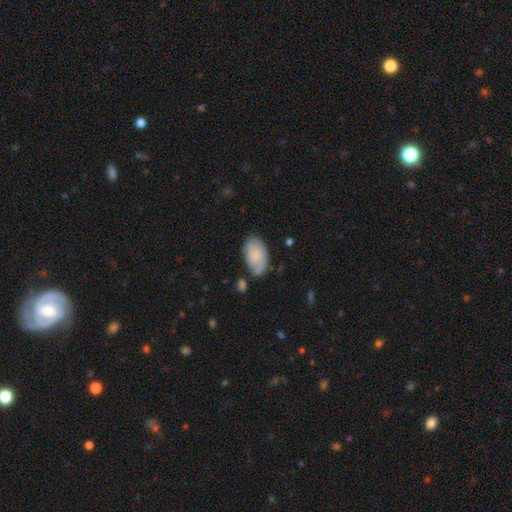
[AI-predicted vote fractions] Smooth or featured? smooth (75%)
How rounded? in between (94%)
Merging? none (61%)